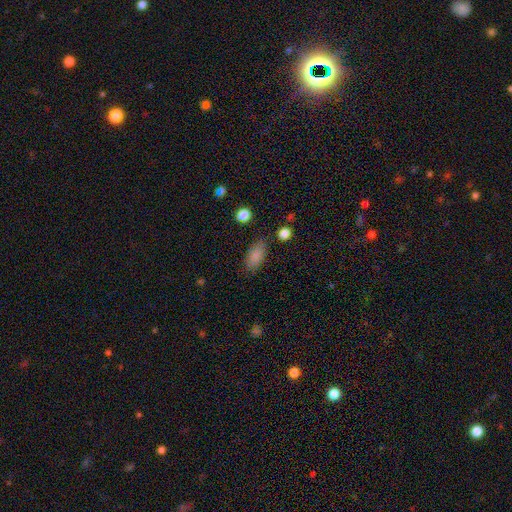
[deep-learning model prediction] Smooth or featured: smooth — 85% (star or artifact — 9%)
How rounded: in between — 88% (cigar-shaped — 8%)
Merging: none — 80% (minor disturbance — 14%)